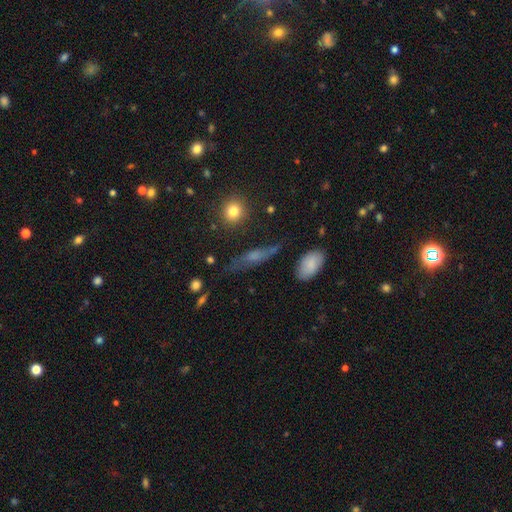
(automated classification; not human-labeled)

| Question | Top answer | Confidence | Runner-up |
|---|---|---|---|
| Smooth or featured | smooth | 44% | featured or disk (37%) |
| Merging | none | 69% | minor disturbance (19%) |